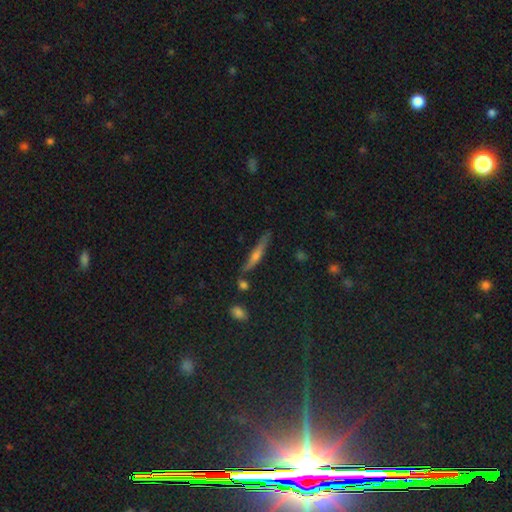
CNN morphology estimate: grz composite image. It shows a featured or disk galaxy (53%) viewed edge-on (95%) with a rounded central bulge (71%). Merging: none (77%).